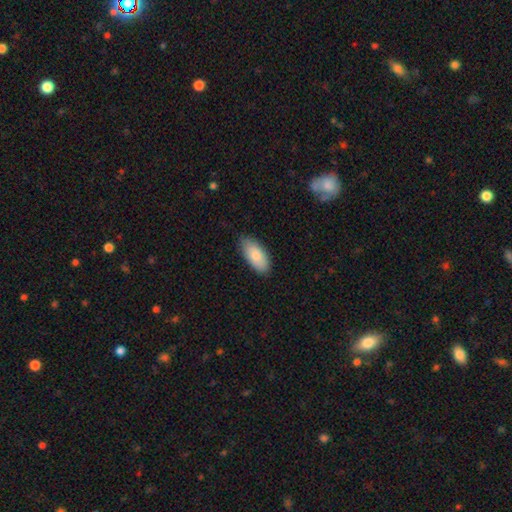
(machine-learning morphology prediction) A smooth galaxy with no disk features (83%) that is in between round and cigar-shaped (92%).

Vote fractions:
- Smooth or featured? smooth: 83% / featured or disk: 11% / star or artifact: 6%
- How rounded? in between: 92% / cigar-shaped: 6% / round: 2%
- Merging? none: 79% / minor disturbance: 17% / major disturbance: 3% / merger: 1%